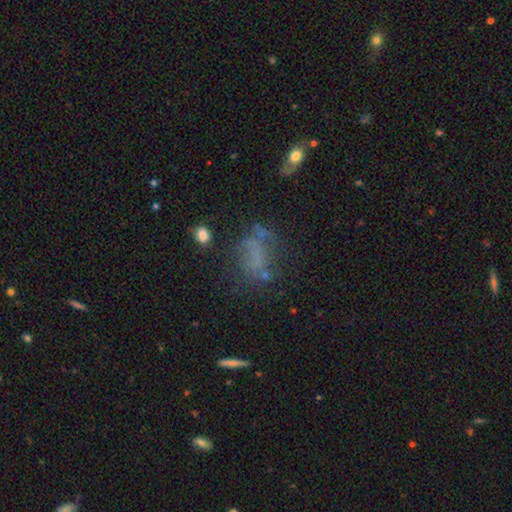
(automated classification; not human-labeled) The model was most divided on "smooth or featured": smooth: 43%, featured or disk: 32%, star or artifact: 25%. Remaining: merging — none (46%).